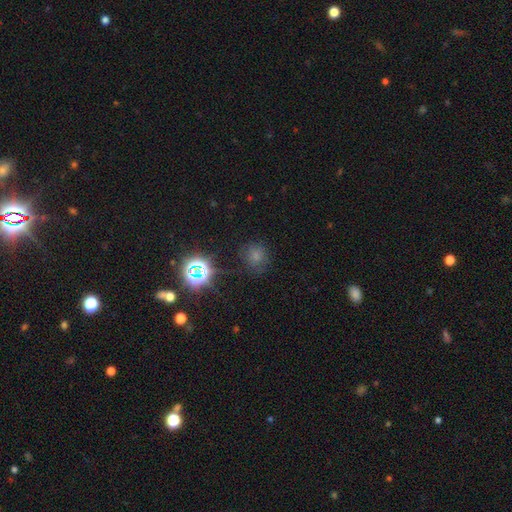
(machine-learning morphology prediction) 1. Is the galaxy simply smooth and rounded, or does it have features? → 62% smooth, 29% star or artifact, 9% featured or disk.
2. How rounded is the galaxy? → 81% round, 18% in between, 1% cigar-shaped.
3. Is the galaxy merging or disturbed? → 74% none, 16% minor disturbance, 8% major disturbance, 2% merger.